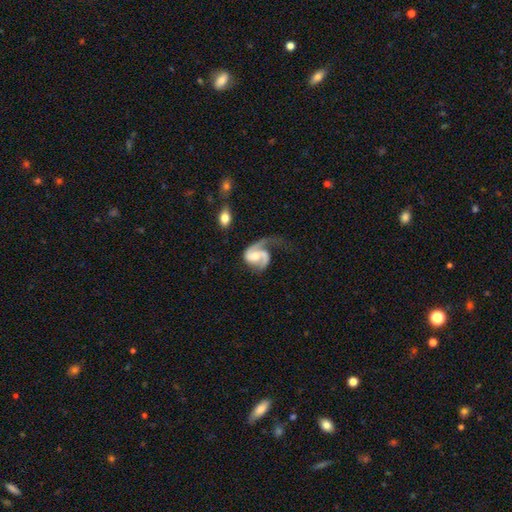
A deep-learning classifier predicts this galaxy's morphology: A featured or disk galaxy (85%) with no bar (50%), 2 (65%) medium (47%) spiral arms (96%) and a moderate central bulge (43%). Merging: major disturbance (38%).